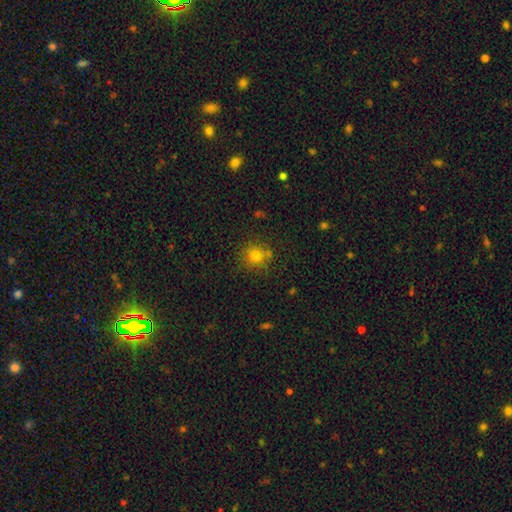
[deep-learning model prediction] The model was most divided on "smooth or featured": smooth: 78%, star or artifact: 14%, featured or disk: 7%. More confident: how rounded — round (90%); merging — none (76%).